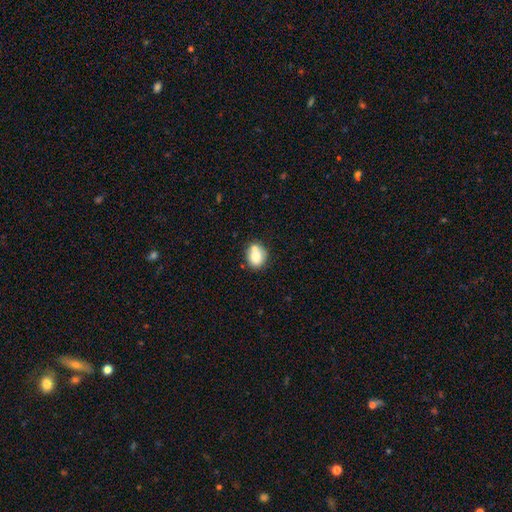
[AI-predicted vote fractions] This appears to be a smooth galaxy with no disk features (76%) that is round (58%). Merging: none (48%).